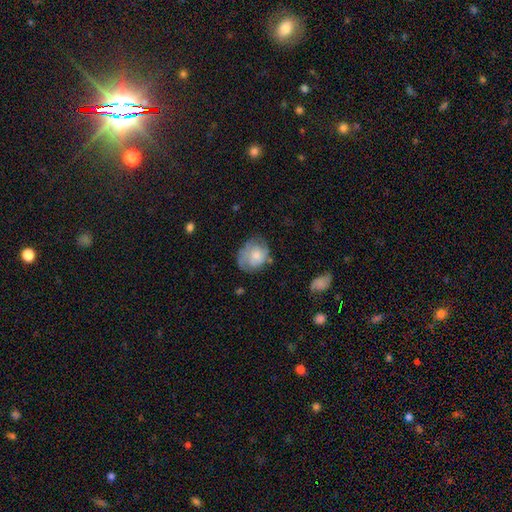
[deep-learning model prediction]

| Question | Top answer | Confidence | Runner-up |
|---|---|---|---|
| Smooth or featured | smooth | 52% | featured or disk (40%) |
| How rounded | round | 52% | in between (47%) |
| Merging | none | 53% | minor disturbance (29%) |